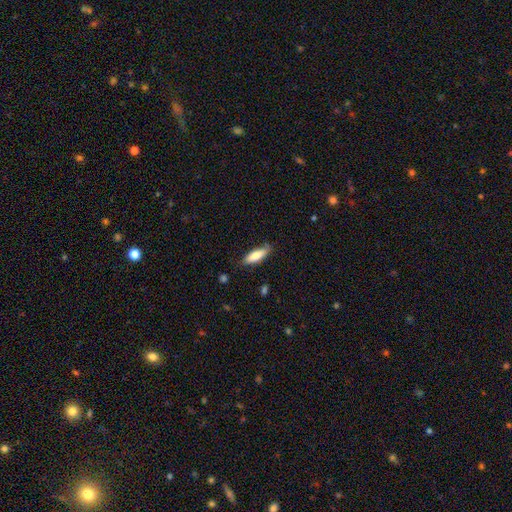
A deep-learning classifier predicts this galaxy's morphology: A smooth galaxy with no disk features (78%) that is in between round and cigar-shaped (54%). Merging: none (72%).